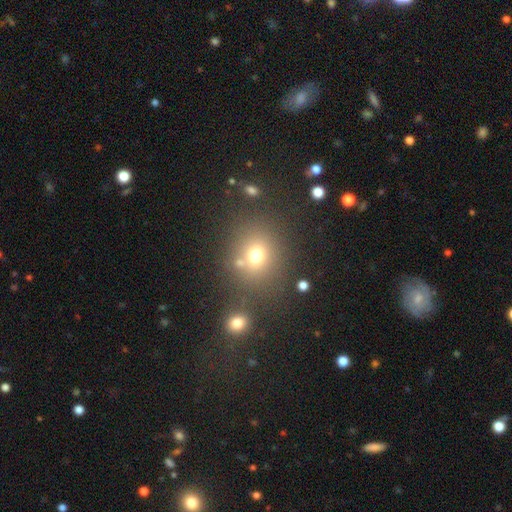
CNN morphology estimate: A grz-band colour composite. It shows a smooth galaxy with no disk features (70%) that is round (70%). Merging: none (70%).